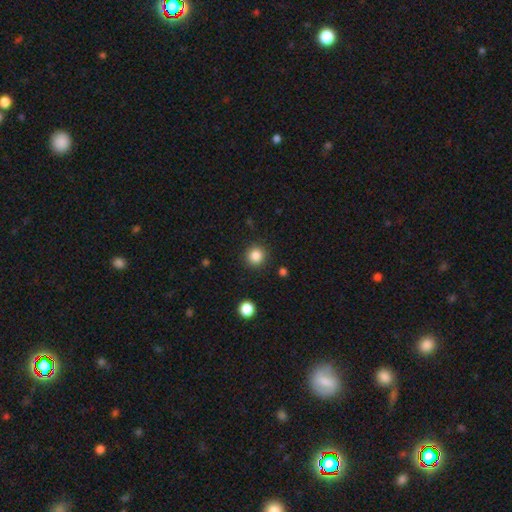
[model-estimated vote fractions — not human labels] smooth-or-featured: smooth: 85% | star or artifact: 11% | featured or disk: 4%
  how-rounded: round: 93% | in between: 6% | cigar-shaped: 1%
  merging: none: 90% | minor disturbance: 6% | major disturbance: 2% | merger: 1%